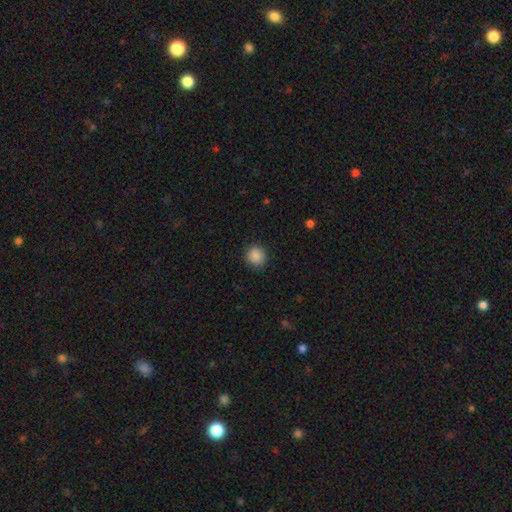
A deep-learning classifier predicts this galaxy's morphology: This is clearly a smooth galaxy (88%). How rounded: clearly round (90%). Merging: clearly none (89%).